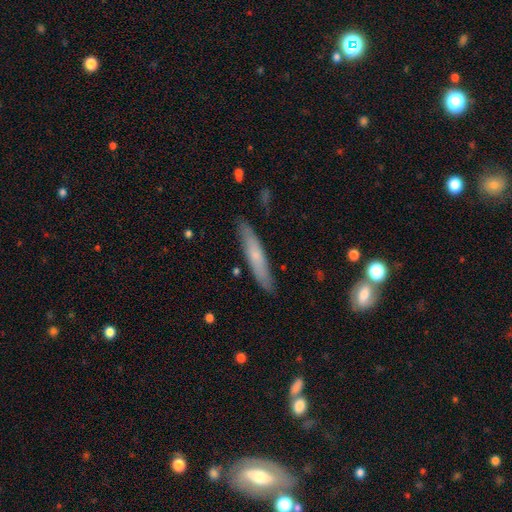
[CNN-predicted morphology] A smooth galaxy with no disk features (59%) that is cigar-shaped (90%).

Vote fractions:
- Smooth or featured? smooth: 59% / featured or disk: 35% / star or artifact: 6%
- How rounded? cigar-shaped: 90% / in between: 8% / round: 1%
- Merging? none: 86% / minor disturbance: 11% / major disturbance: 2% / merger: 1%